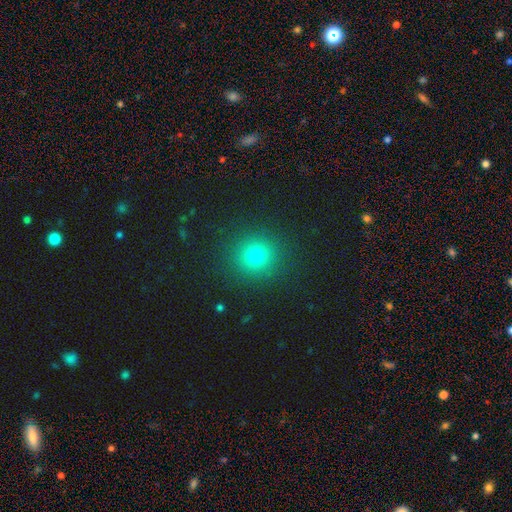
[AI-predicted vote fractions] A smooth galaxy with no disk features (75%) that is round (91%).

Vote fractions:
- Smooth or featured? smooth: 75% / star or artifact: 17% / featured or disk: 8%
- How rounded? round: 91% / in between: 8% / cigar-shaped: 1%
- Merging? none: 89% / minor disturbance: 7% / major disturbance: 3% / merger: 1%